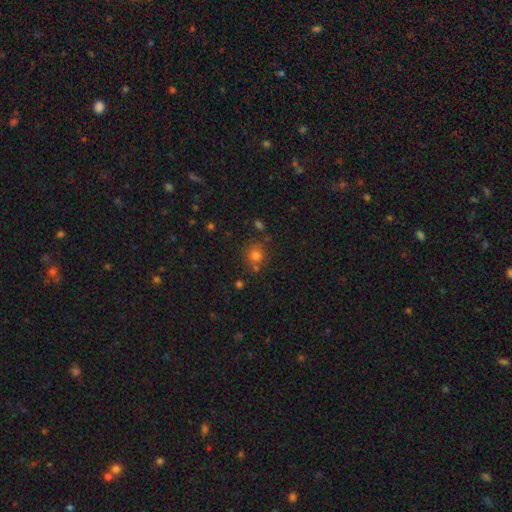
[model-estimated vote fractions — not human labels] A smooth galaxy with no disk features (76%) that is round (86%).

Vote fractions:
- Smooth or featured? smooth: 76% / star or artifact: 16% / featured or disk: 8%
- How rounded? round: 86% / in between: 13% / cigar-shaped: 1%
- Merging? none: 74% / minor disturbance: 11% / merger: 11% / major disturbance: 4%